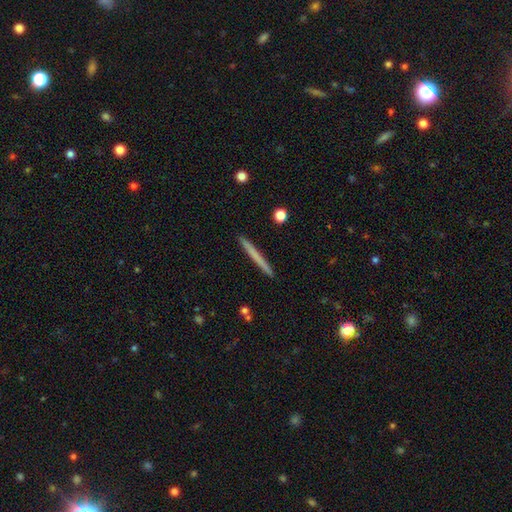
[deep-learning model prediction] The model was most divided on "smooth or featured": smooth: 60%, featured or disk: 34%, star or artifact: 6%. More confident: how rounded — cigar-shaped (97%); merging — none (93%).